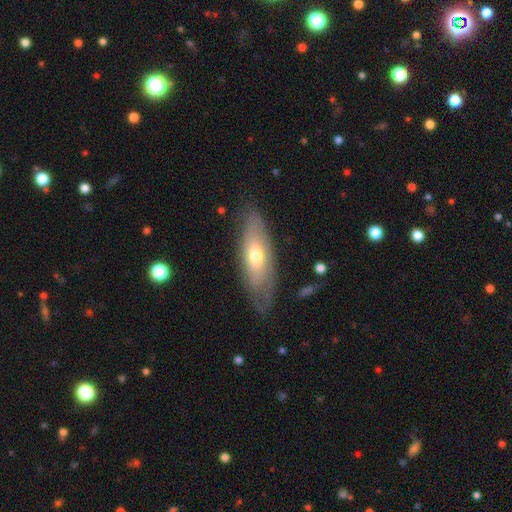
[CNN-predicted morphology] Smooth or featured?
  - smooth: 50% *
  - featured or disk: 44%
  - star or artifact: 6%
Merging?
  - none: 74% *
  - minor disturbance: 19%
  - major disturbance: 6%
  - merger: 2%